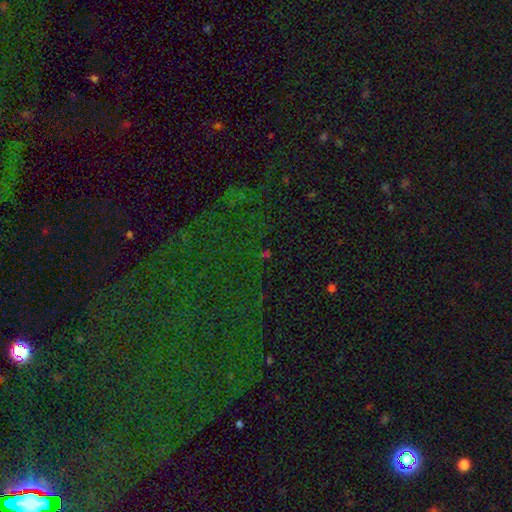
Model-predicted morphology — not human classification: star or artifact 82%, smooth 10%, featured or disk 9%.